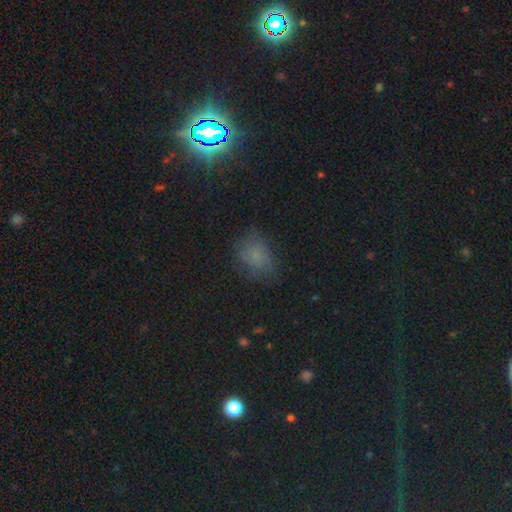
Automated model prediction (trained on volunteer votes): A smooth galaxy with no disk features (59%) that is in between round and cigar-shaped (62%).

Vote fractions:
- Smooth or featured? smooth: 59% / star or artifact: 28% / featured or disk: 13%
- How rounded? in between: 62% / round: 37% / cigar-shaped: 2%
- Merging? none: 66% / minor disturbance: 22% / major disturbance: 10% / merger: 2%